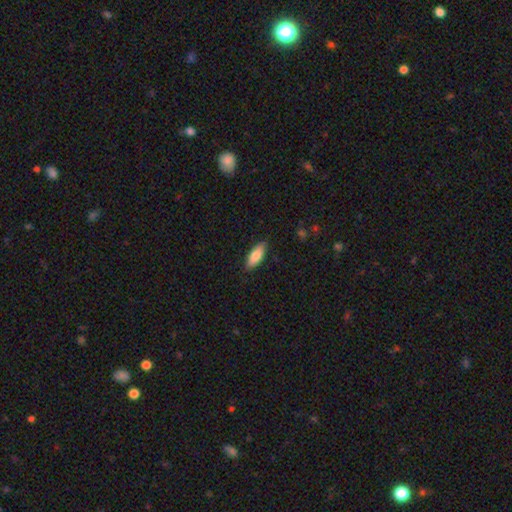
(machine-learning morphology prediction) This is clearly a smooth galaxy (83%). How rounded: likely in between (76%). Merging: clearly none (86%).